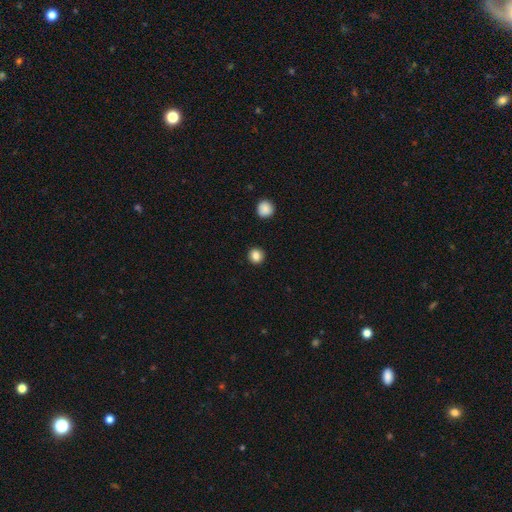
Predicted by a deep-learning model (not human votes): smooth_or_featured: smooth (p=0.84) [alt: star or artifact p=0.11]
how_rounded: round (p=0.91) [alt: in between p=0.08]
merging: none (p=0.91) [alt: minor disturbance p=0.05]